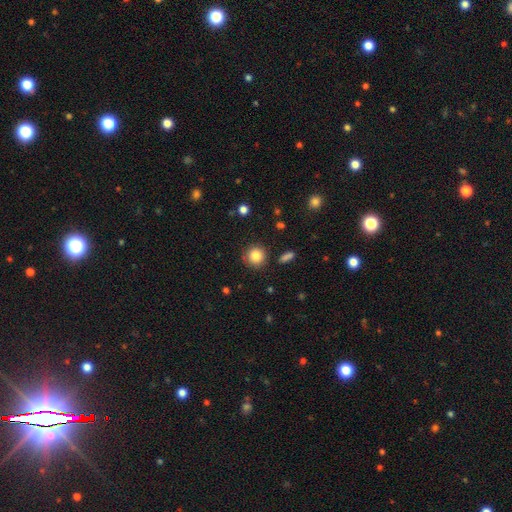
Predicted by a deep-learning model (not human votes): Q: Smooth or featured?
A: smooth (85%); runner-up: star or artifact (10%)
Q: How rounded?
A: round (93%); runner-up: in between (6%)
Q: Merging?
A: none (87%); runner-up: minor disturbance (8%)